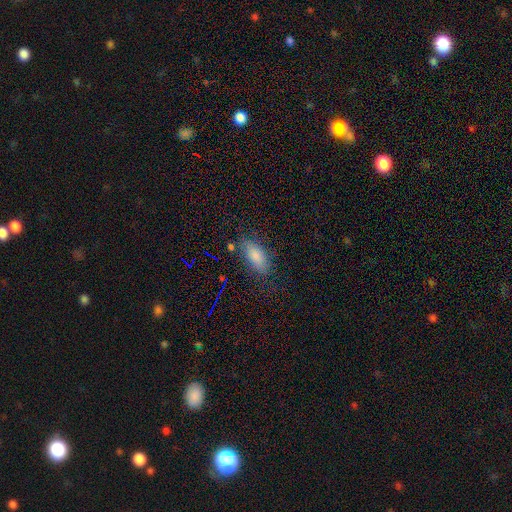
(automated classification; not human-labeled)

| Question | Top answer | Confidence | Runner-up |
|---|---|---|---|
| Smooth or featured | smooth | 82% | featured or disk (9%) |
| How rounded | in between | 87% | cigar-shaped (10%) |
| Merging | none | 75% | minor disturbance (17%) |